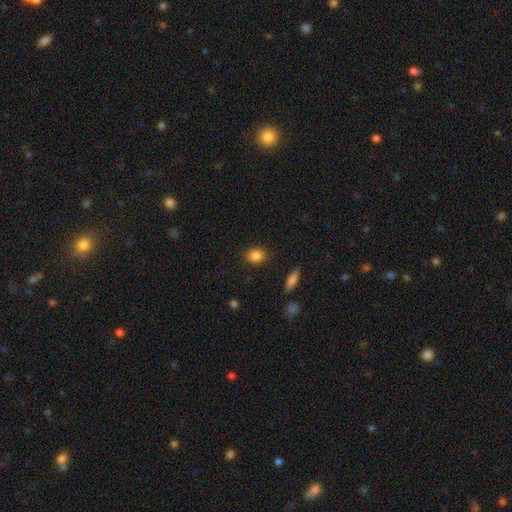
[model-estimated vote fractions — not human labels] Overall: smooth (84%). How rounded: round (53%; in between 45%). Merging: none (89%).